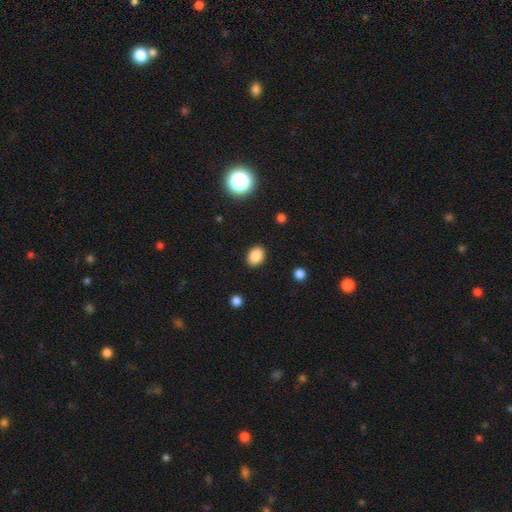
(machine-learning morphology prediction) type=smooth (86%); roundness=in between (69%); merging=none (89%).